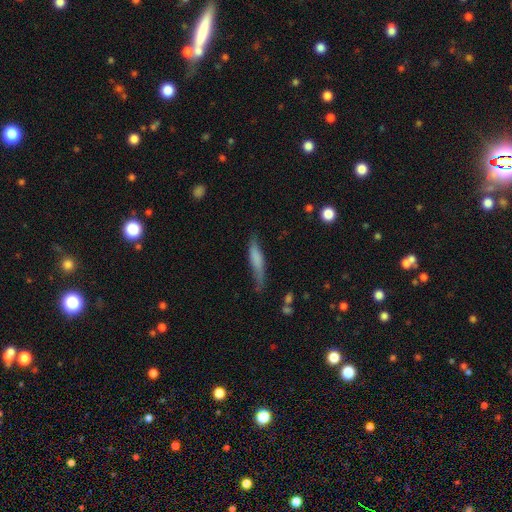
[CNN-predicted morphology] Q: Smooth or featured?
A: smooth (47%); runner-up: featured or disk (34%)
Q: Merging?
A: none (71%); runner-up: minor disturbance (19%)